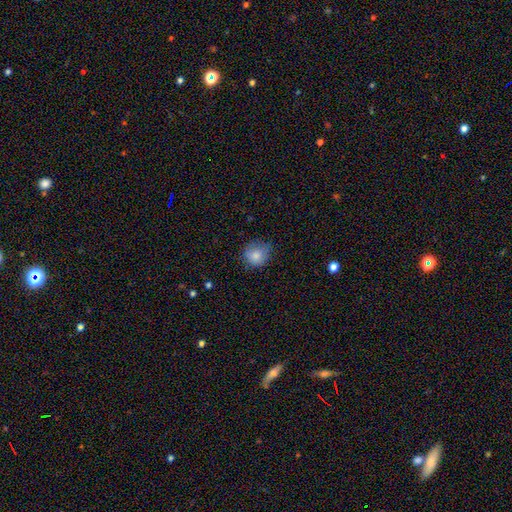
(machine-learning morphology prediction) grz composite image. It shows a smooth galaxy with no disk features (83%) that is round (84%). Merging: none (67%).